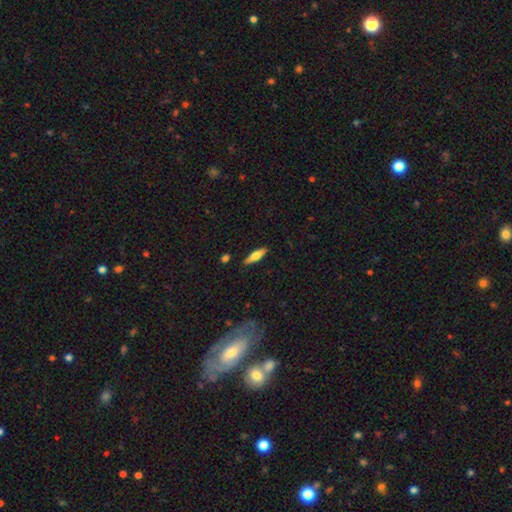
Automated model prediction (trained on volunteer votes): Q: Smooth or featured?
A: smooth (58%); runner-up: featured or disk (36%)
Q: How rounded?
A: cigar-shaped (59%); runner-up: in between (39%)
Q: Merging?
A: none (87%); runner-up: minor disturbance (9%)